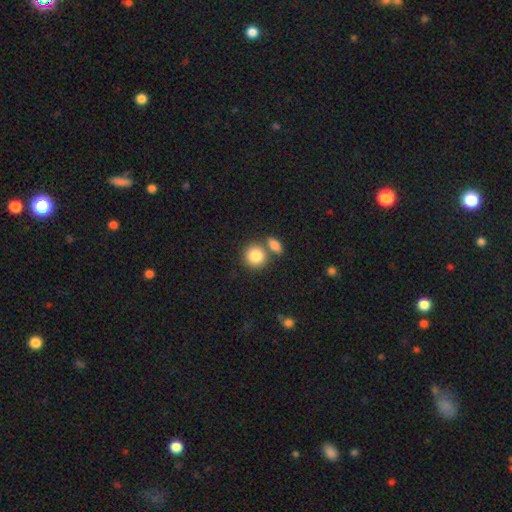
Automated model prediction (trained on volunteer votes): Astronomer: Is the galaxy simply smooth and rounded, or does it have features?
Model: smooth — 85%.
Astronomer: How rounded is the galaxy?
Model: round — 83%.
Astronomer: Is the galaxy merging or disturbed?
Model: none — 59%.